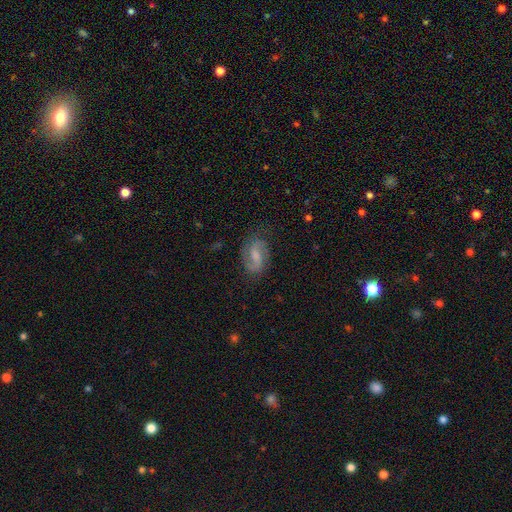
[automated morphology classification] Smooth or featured?
  - featured or disk: 73% *
  - smooth: 20%
  - star or artifact: 8%
Edge-on disk?
  - no: 97% *
  - yes: 3%
Bar?
  - weak: 54% *
  - no: 29%
  - strong: 17%
Spiral arms?
  - yes: 94% *
  - no: 6%
Spiral winding?
  - medium: 44% *
  - loose: 42%
  - tight: 14%
Spiral arm count?
  - 2: 88% *
  - can't tell: 5%
  - 1: 4%
  - 3: 1%
  - 4: 1%
  - more than 4: 1%
Bulge size?
  - small: 38% *
  - moderate: 37%
  - none: 19%
  - large: 5%
  - dominant: 1%
Merging?
  - none: 75% *
  - minor disturbance: 17%
  - major disturbance: 7%
  - merger: 1%